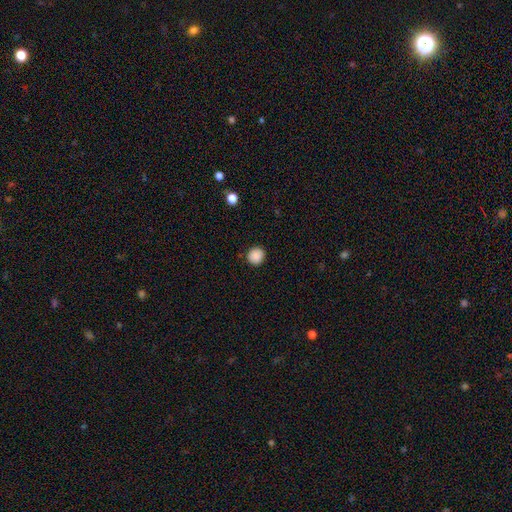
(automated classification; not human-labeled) Smooth or featured? Predicted: smooth (p=0.88). How rounded? Predicted: round (p=0.88). Merging? Predicted: none (p=0.90).